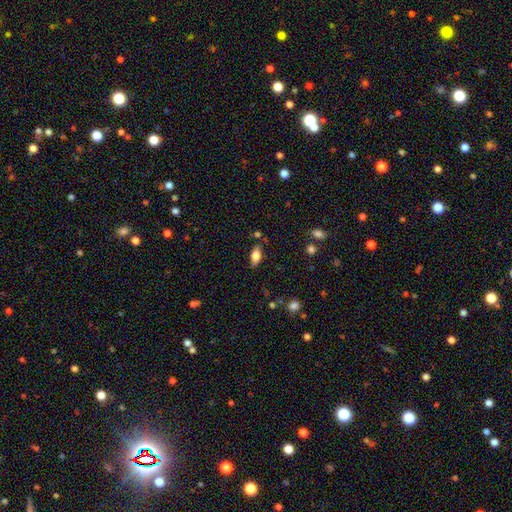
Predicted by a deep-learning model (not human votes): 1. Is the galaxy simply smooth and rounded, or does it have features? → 74% smooth, 18% featured or disk, 8% star or artifact.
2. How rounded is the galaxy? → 86% in between, 11% cigar-shaped, 3% round.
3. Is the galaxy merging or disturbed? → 79% none, 14% minor disturbance, 3% merger, 3% major disturbance.